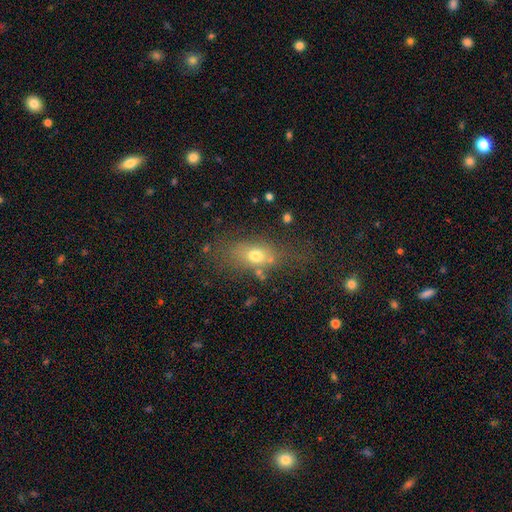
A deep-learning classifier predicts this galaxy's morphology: smooth-or-featured: smooth: 68% | featured or disk: 18% | star or artifact: 14%
  how-rounded: in between: 70% | round: 22% | cigar-shaped: 8%
  merging: none: 59% | minor disturbance: 20% | major disturbance: 13% | merger: 7%